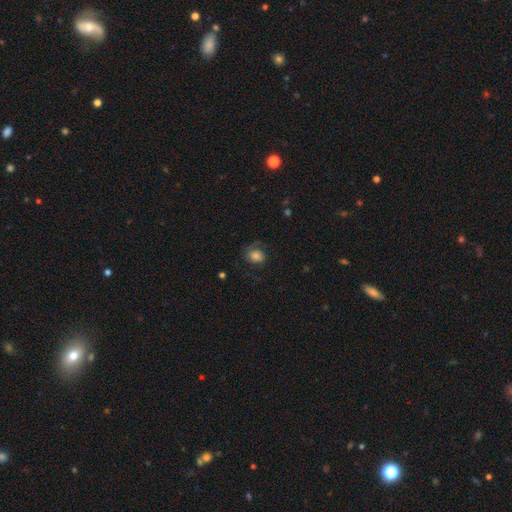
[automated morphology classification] smooth-or-featured: smooth: 52% | featured or disk: 38% | star or artifact: 11%
  how-rounded: round: 56% | in between: 43% | cigar-shaped: 1%
  merging: none: 57% | major disturbance: 21% | minor disturbance: 20% | merger: 2%